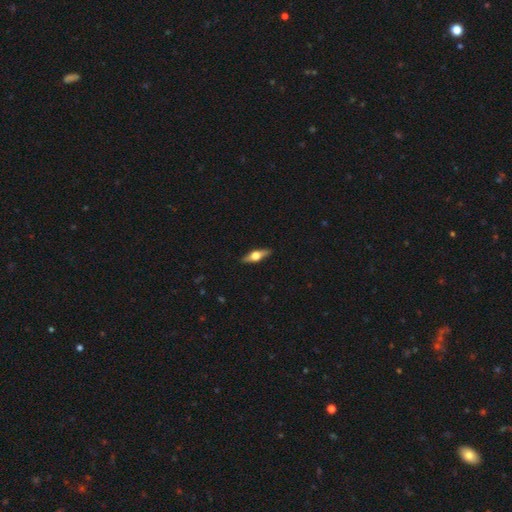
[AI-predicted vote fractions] Smooth or featured? featured or disk (63%)
Edge-on disk? yes (95%)
Edge-on bulge? rounded (95%)
Merging? none (90%)